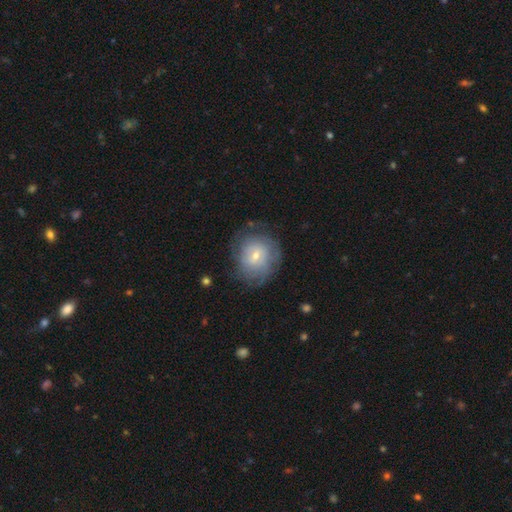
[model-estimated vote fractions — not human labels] Smooth or featured? featured or disk (50%)
Edge-on disk? no (97%)
Merging? none (69%)